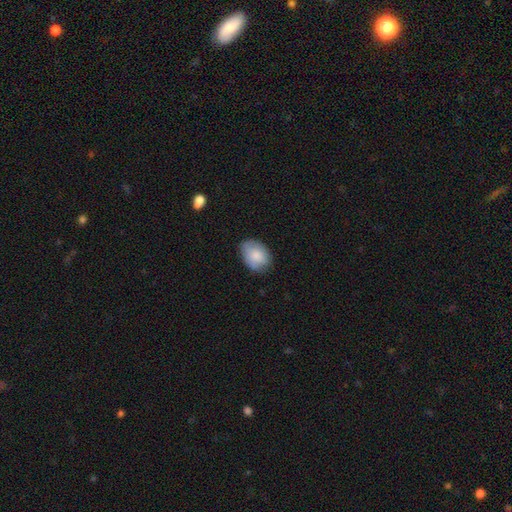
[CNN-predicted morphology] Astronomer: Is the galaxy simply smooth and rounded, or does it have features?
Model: smooth — 78%.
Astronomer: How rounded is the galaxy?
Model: in between — 76%.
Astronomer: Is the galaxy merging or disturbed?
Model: none — 71%.